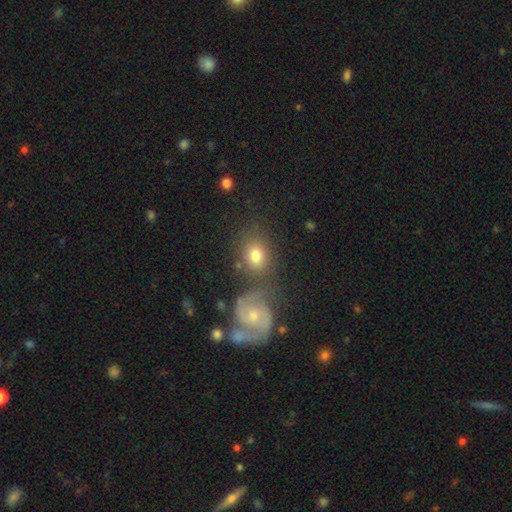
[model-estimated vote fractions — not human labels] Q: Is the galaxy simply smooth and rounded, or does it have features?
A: smooth — 71%.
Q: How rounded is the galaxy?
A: round — 54%.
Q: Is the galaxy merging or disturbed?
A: none — 60%.